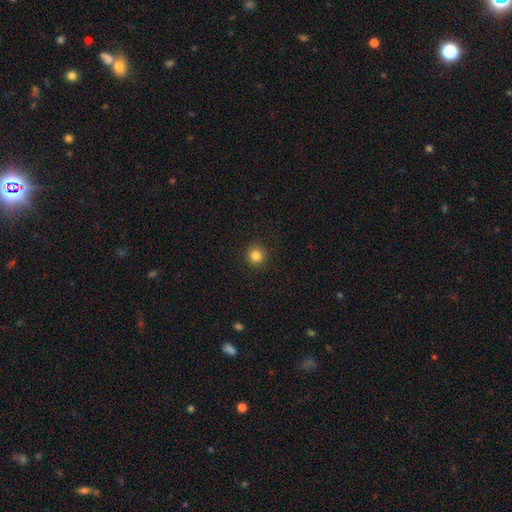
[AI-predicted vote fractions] smooth-or-featured: smooth: 83% | star or artifact: 12% | featured or disk: 5%
  how-rounded: round: 95% | in between: 4% | cigar-shaped: 1%
  merging: none: 92% | minor disturbance: 5% | major disturbance: 2% | merger: 1%